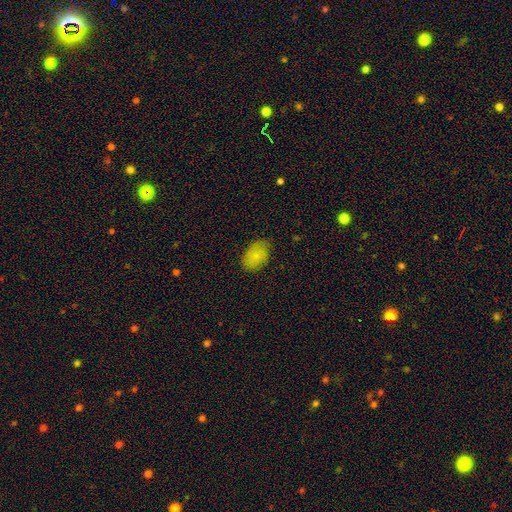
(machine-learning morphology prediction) Q: Smooth or featured?
A: smooth (80%); runner-up: featured or disk (11%)
Q: How rounded?
A: in between (87%); runner-up: round (11%)
Q: Merging?
A: none (75%); runner-up: minor disturbance (20%)